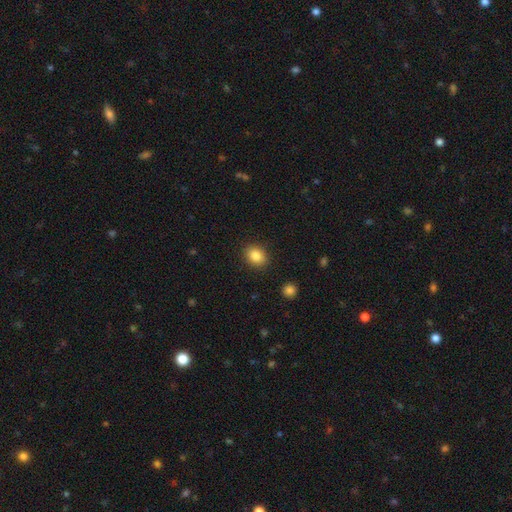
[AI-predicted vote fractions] This is clearly a smooth galaxy (85%). How rounded: possibly round (50%). Merging: clearly none (89%).